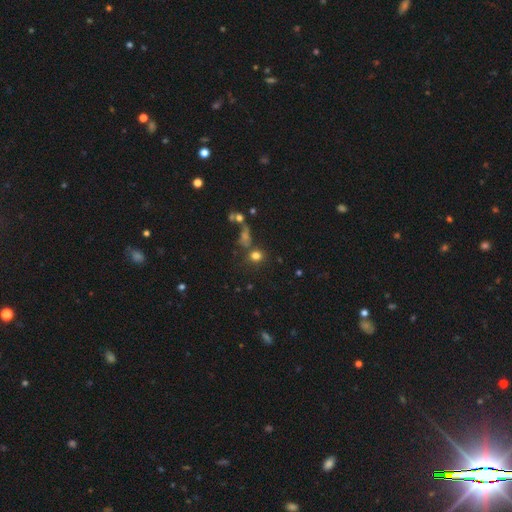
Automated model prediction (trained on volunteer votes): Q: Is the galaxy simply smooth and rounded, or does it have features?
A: smooth — 75%.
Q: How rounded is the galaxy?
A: round — 70%.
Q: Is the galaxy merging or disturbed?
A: none — 64%.